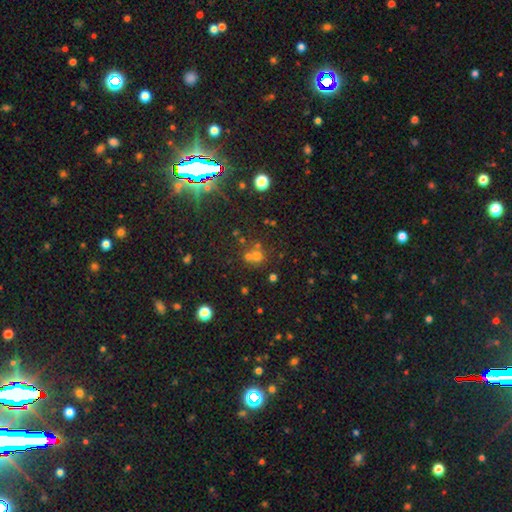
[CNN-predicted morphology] Smooth or featured? smooth (45%)
Merging? none (49%)